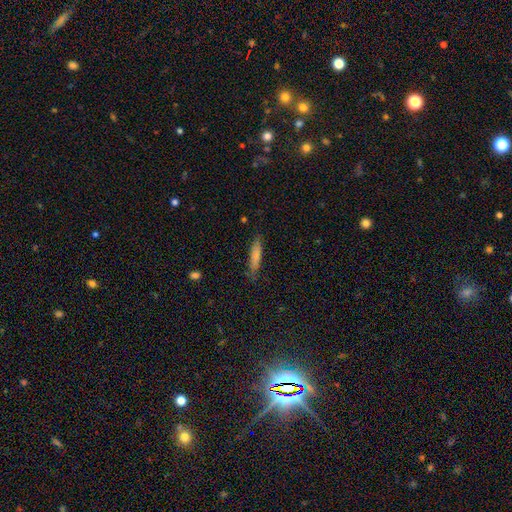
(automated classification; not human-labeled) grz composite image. It shows a smooth galaxy with no disk features (78%) that is cigar-shaped (82%). Merging: none (77%).